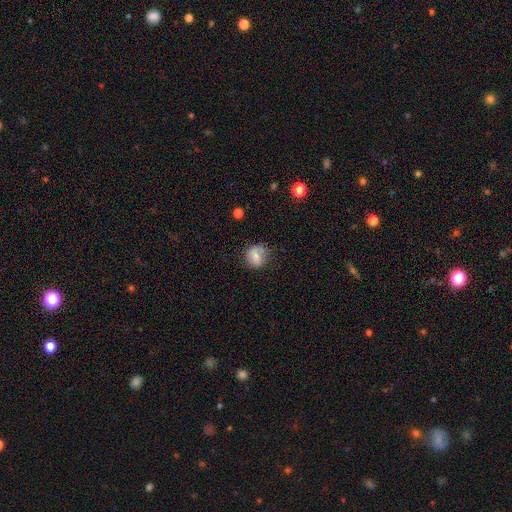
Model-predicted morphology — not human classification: smooth-or-featured: smooth: 71% | featured or disk: 20% | star or artifact: 9%
  how-rounded: round: 75% | in between: 23% | cigar-shaped: 1%
  merging: none: 68% | minor disturbance: 23% | major disturbance: 8% | merger: 2%